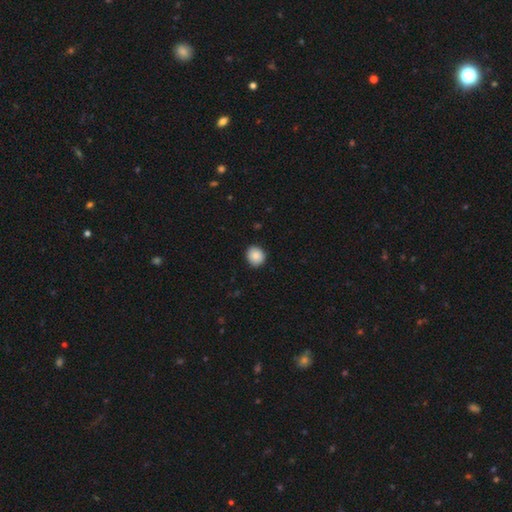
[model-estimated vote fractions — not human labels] Smooth or featured: smooth — 87% (star or artifact — 8%)
How rounded: round — 82% (in between — 17%)
Merging: none — 89% (minor disturbance — 8%)